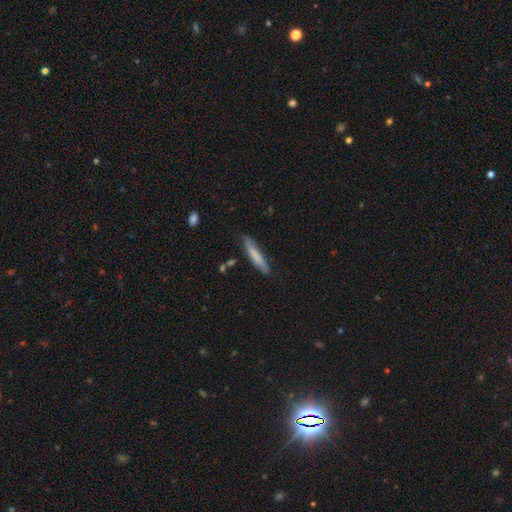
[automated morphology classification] smooth-or-featured: smooth: 71% | featured or disk: 23% | star or artifact: 6%
  how-rounded: cigar-shaped: 89% | in between: 9% | round: 1%
  merging: none: 78% | minor disturbance: 17% | major disturbance: 3% | merger: 2%